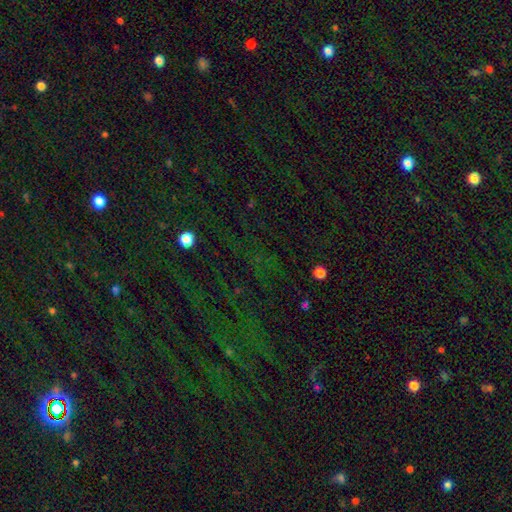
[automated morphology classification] Overall: star or artifact (75%).